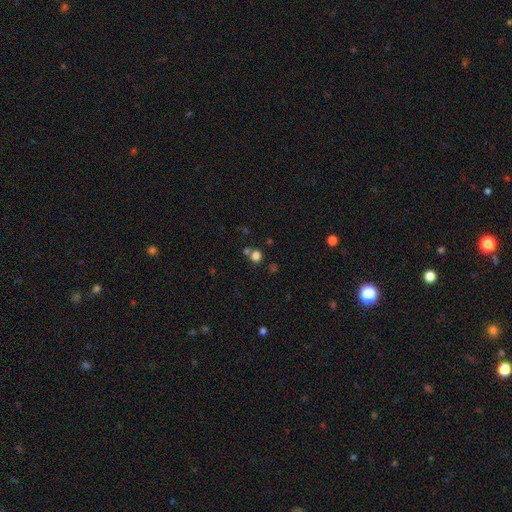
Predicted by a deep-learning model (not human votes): Morphology: type=smooth (76%); roundness=round (85%); merging=none (68%).